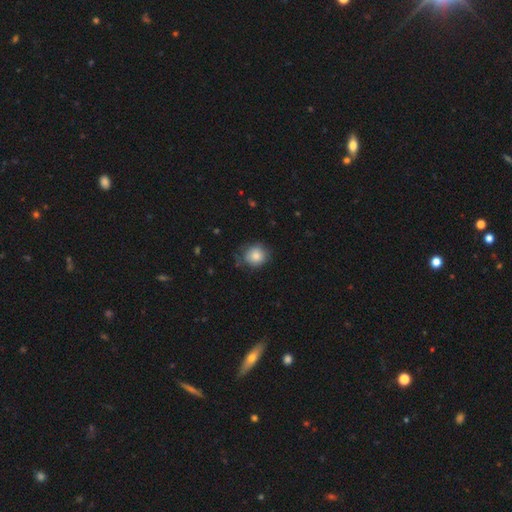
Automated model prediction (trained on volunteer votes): smooth 83%, featured or disk 9%, star or artifact 8%. Down the decision tree: how rounded — round (85%); merging — none (69%).